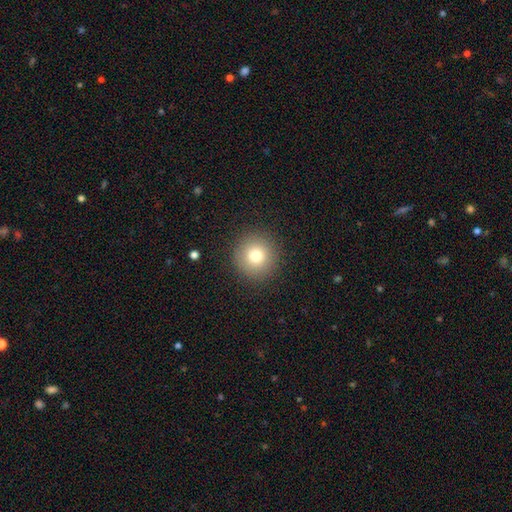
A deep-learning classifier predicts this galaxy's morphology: Q: Smooth or featured?
A: smooth (77%); runner-up: star or artifact (12%)
Q: How rounded?
A: round (95%); runner-up: in between (4%)
Q: Merging?
A: none (90%); runner-up: minor disturbance (6%)